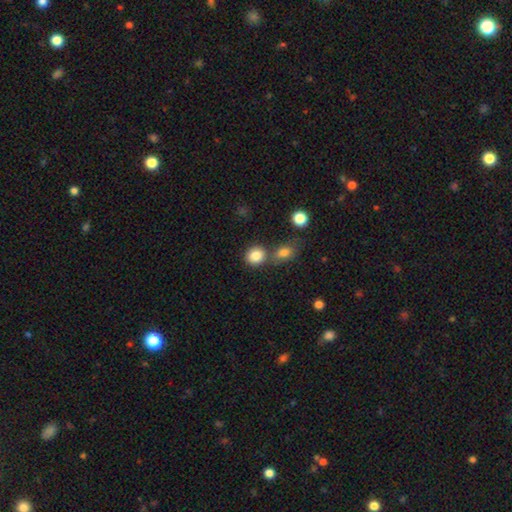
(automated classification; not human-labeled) A smooth galaxy with no disk features (85%) that is round (74%).

Vote fractions:
- Smooth or featured? smooth: 85% / star or artifact: 10% / featured or disk: 6%
- How rounded? round: 74% / in between: 25% / cigar-shaped: 1%
- Merging? none: 65% / merger: 22% / minor disturbance: 10% / major disturbance: 3%